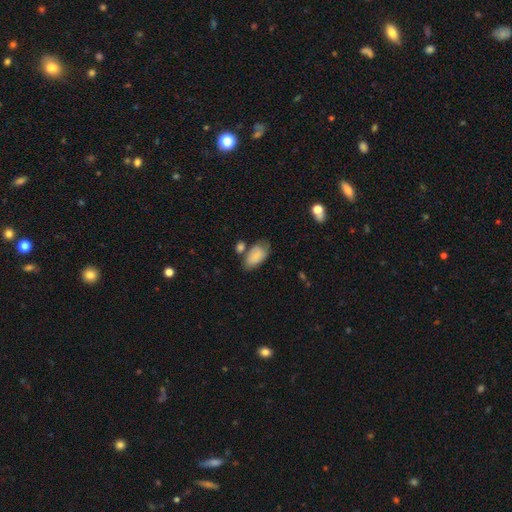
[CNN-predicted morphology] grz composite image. It shows a smooth galaxy with no disk features (77%) that is in between round and cigar-shaped (92%). Merging: none (44%).